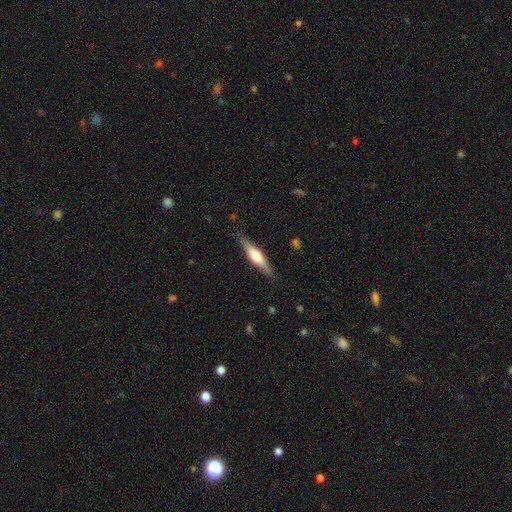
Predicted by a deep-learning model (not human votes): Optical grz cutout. It shows a featured or disk galaxy (58%) viewed edge-on (95%) with a rounded central bulge (90%). Merging: none (87%).